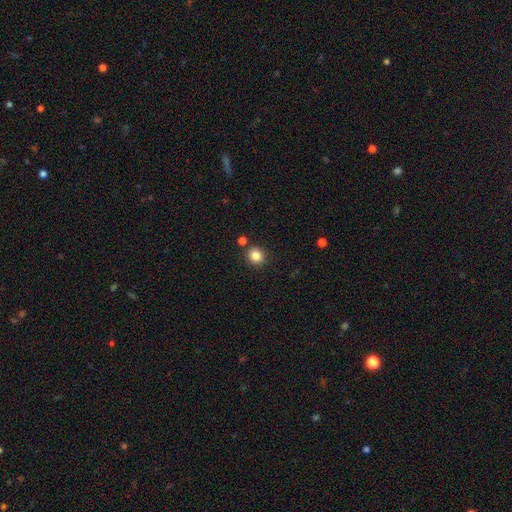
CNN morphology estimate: This appears to be a smooth galaxy with no disk features (84%) that is round (82%). Merging: none (84%).